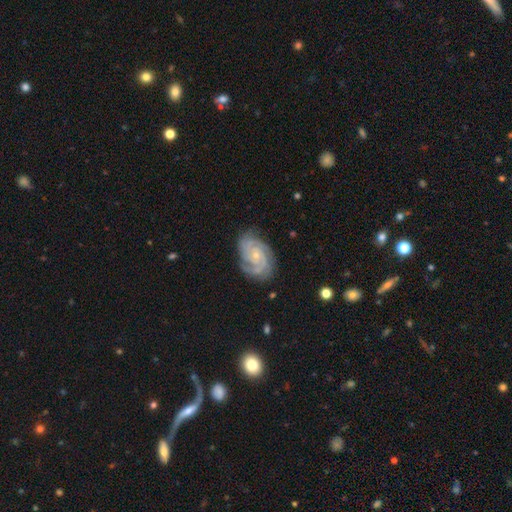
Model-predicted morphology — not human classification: Smooth or featured: featured or disk — 89% (smooth — 6%)
Edge-on disk: no — 97% (yes — 3%)
Bar: no — 71% (weak — 24%)
Spiral arms: yes — 98% (no — 2%)
Spiral winding: tight — 64% (medium — 31%)
Spiral arm count: 3 — 42% (2 — 18%)
Bulge size: small — 76% (moderate — 20%)
Merging: none — 78% (minor disturbance — 17%)